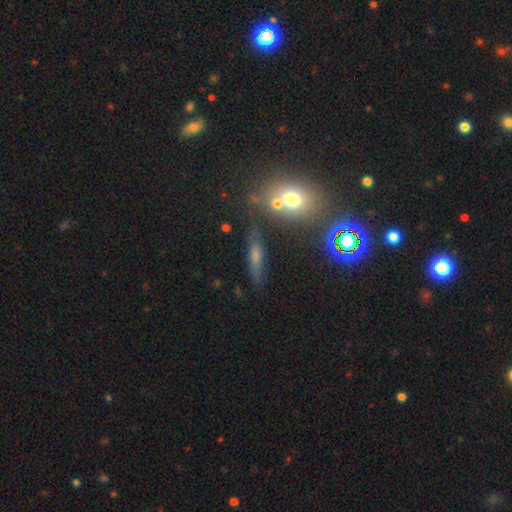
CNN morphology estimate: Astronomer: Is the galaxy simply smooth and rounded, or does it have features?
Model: featured or disk — 39% (runner-up: star or artifact, 31%).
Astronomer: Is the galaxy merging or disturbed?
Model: none — 73%.